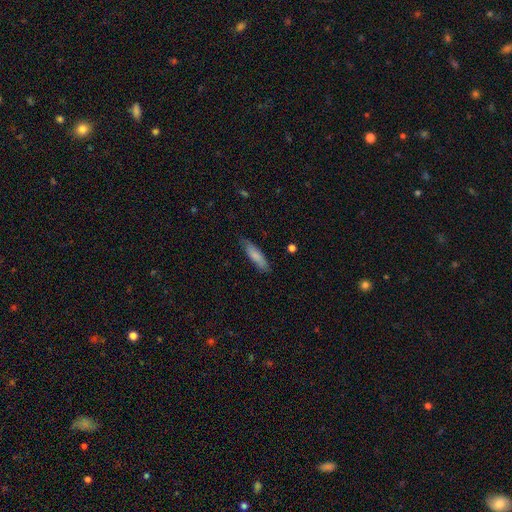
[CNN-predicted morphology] A smooth galaxy with no disk features (80%) that is cigar-shaped (66%). Merging: none (78%).